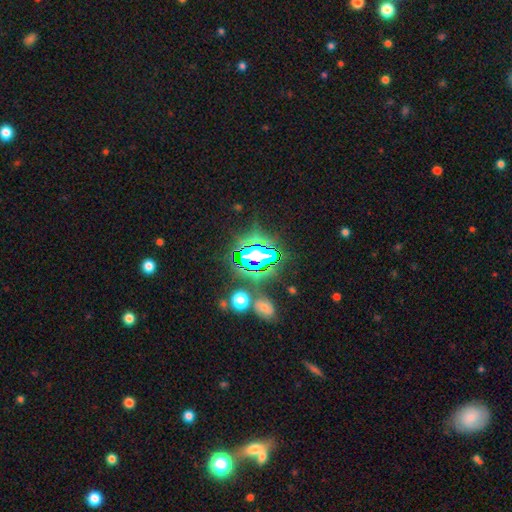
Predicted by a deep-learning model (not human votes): The model was most divided on "smooth or featured": star or artifact: 74%, smooth: 15%, featured or disk: 11%.